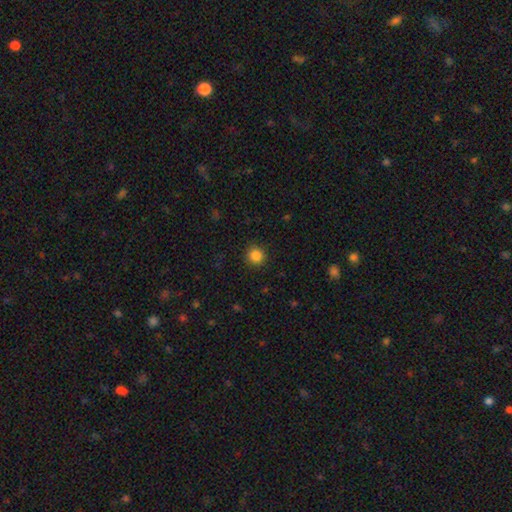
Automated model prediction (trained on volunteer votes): Smooth or featured? smooth (85%)
How rounded? round (93%)
Merging? none (91%)